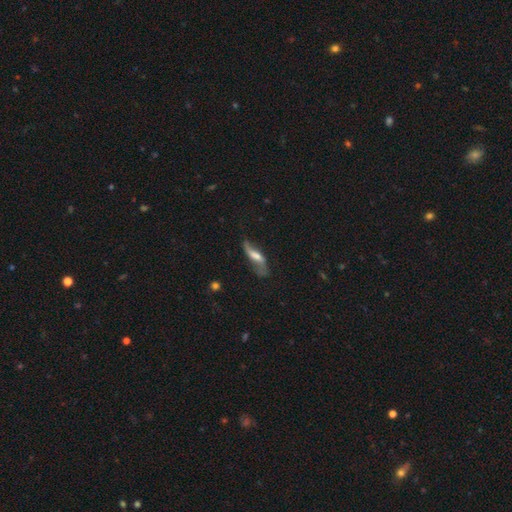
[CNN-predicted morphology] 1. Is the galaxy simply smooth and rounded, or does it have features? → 55% featured or disk, 37% smooth, 8% star or artifact.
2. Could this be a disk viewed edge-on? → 73% no, 27% yes.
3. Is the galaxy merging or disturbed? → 46% none, 28% minor disturbance, 22% major disturbance, 4% merger.